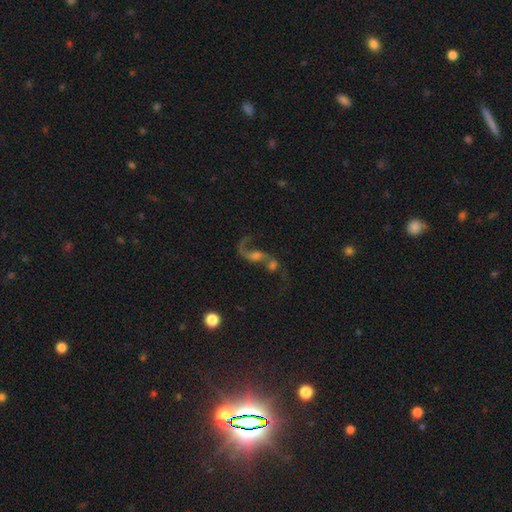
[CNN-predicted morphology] A featured or disk galaxy (69%) with no bar (56%), 2 (63%) loose (87%) spiral arms (82%) and a moderate central bulge (37%).

Vote fractions:
- Smooth or featured? featured or disk: 69% / smooth: 17% / star or artifact: 13%
- Edge-on disk? no: 94% / yes: 6%
- Bar? no: 56% / weak: 33% / strong: 11%
- Spiral arms? yes: 82% / no: 18%
- Spiral winding? loose: 87% / medium: 11% / tight: 3%
- Spiral arm count? 2: 63% / 1: 30% / can't tell: 4% / 3: 1% / 4: 1% / more than 4: 1%
- Bulge size? moderate: 37% / small: 29% / none: 18% / large: 13% / dominant: 3%
- Merging? merger: 55% / none: 21% / major disturbance: 16% / minor disturbance: 8%